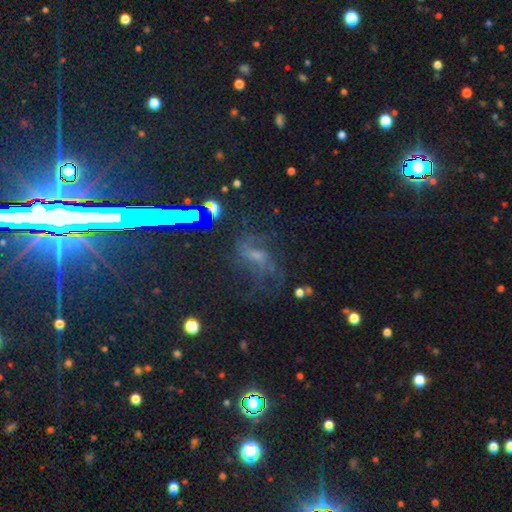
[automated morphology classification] type=featured or disk (46%); merging=none (51%).